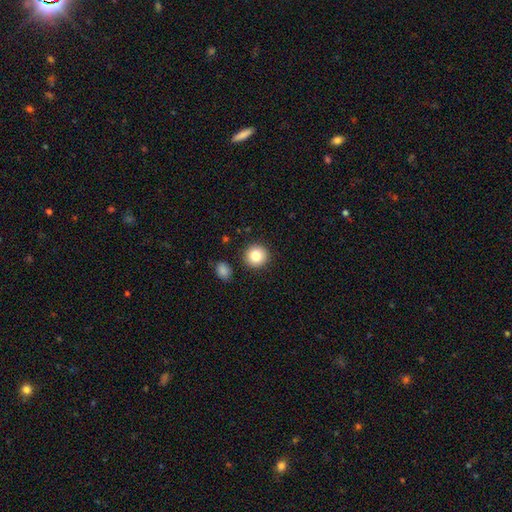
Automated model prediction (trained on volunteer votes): smooth-or-featured: smooth: 83% | star or artifact: 9% | featured or disk: 8%
  how-rounded: round: 93% | in between: 6% | cigar-shaped: 1%
  merging: none: 90% | minor disturbance: 6% | merger: 2% | major disturbance: 2%